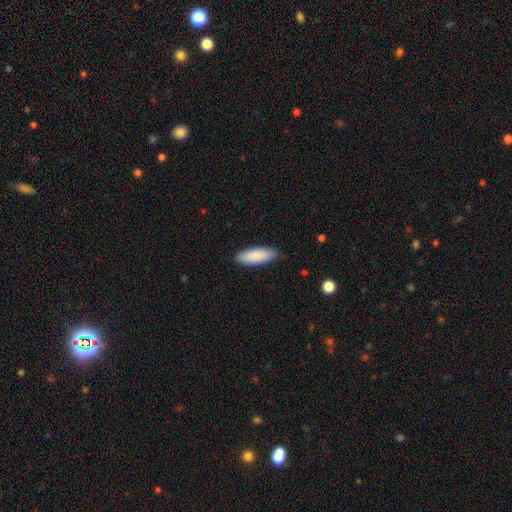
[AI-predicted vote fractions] Smooth or featured?
  - smooth: 88% *
  - featured or disk: 6%
  - star or artifact: 5%
How rounded?
  - in between: 71% *
  - cigar-shaped: 28%
  - round: 2%
Merging?
  - none: 87% *
  - minor disturbance: 10%
  - major disturbance: 2%
  - merger: 1%